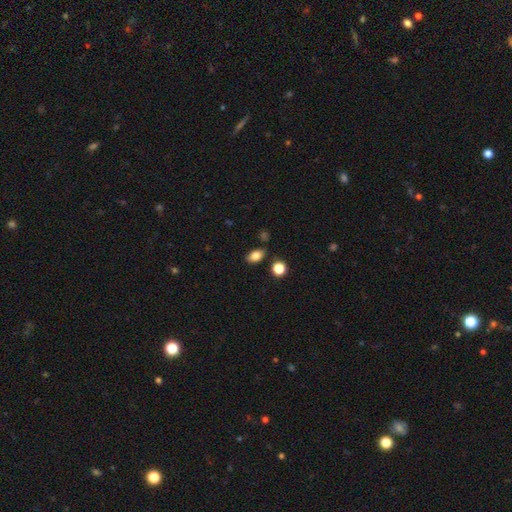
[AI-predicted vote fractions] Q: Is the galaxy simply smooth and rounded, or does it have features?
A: smooth — 82%.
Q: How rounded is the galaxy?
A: in between — 84%.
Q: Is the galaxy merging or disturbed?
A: none — 81%.